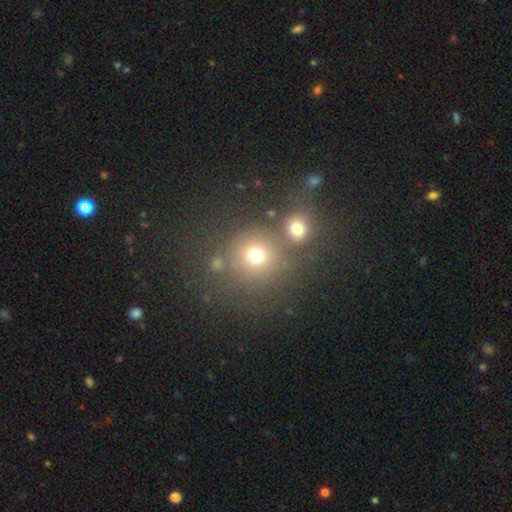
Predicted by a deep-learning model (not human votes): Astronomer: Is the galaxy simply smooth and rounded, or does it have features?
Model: smooth — 73%.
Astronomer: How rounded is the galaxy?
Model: round — 89%.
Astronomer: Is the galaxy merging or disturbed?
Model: none — 64%.